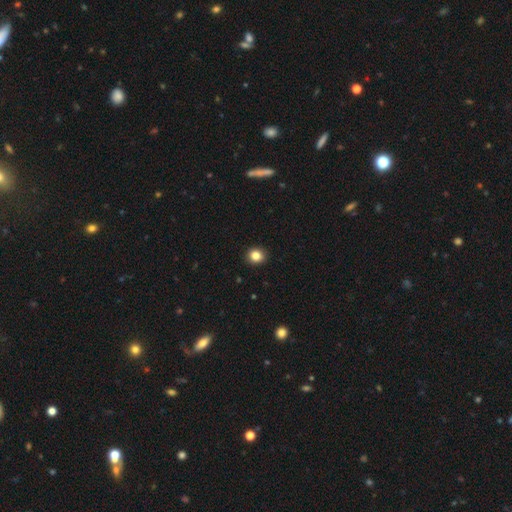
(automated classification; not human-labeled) smooth-or-featured: smooth: 84% | star or artifact: 11% | featured or disk: 5%
  how-rounded: round: 80% | in between: 19% | cigar-shaped: 1%
  merging: none: 92% | minor disturbance: 6% | major disturbance: 2% | merger: 1%